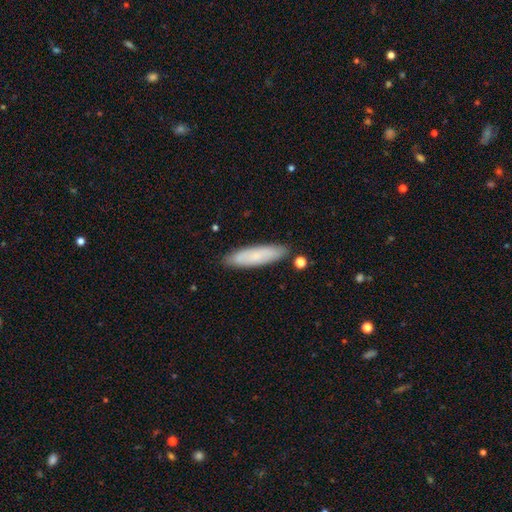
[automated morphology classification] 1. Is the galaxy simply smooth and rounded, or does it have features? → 75% smooth, 19% featured or disk, 7% star or artifact.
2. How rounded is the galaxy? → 69% cigar-shaped, 29% in between, 1% round.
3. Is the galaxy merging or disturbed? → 85% none, 11% minor disturbance, 2% merger, 2% major disturbance.